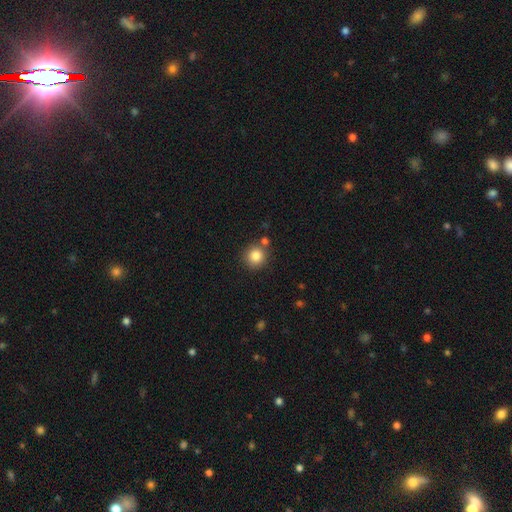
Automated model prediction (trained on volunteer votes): Overall: smooth (84%). How rounded: round (91%). Merging: none (78%).